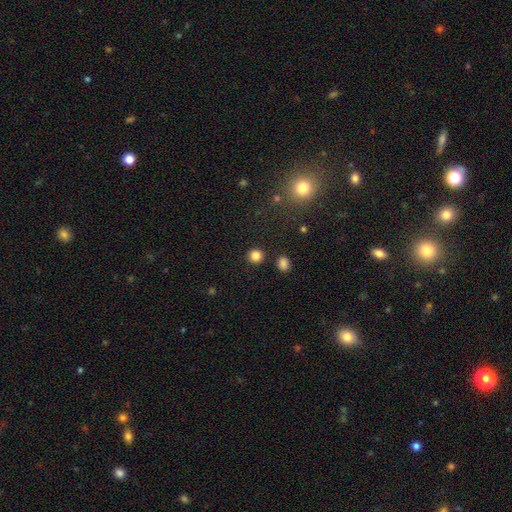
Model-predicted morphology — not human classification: Q: Smooth or featured?
A: smooth (84%); runner-up: star or artifact (12%)
Q: How rounded?
A: round (90%); runner-up: in between (9%)
Q: Merging?
A: none (90%); runner-up: minor disturbance (5%)